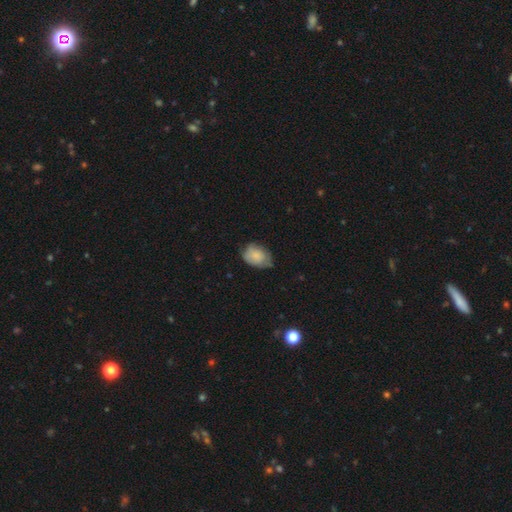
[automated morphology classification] Q: Smooth or featured?
A: smooth (79%); runner-up: featured or disk (14%)
Q: How rounded?
A: in between (76%); runner-up: round (23%)
Q: Merging?
A: none (56%); runner-up: minor disturbance (35%)